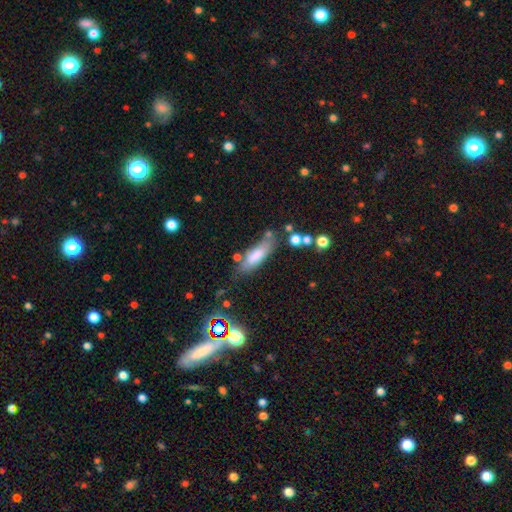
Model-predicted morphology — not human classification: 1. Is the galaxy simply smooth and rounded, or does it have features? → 75% smooth, 17% featured or disk, 8% star or artifact.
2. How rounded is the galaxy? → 50% in between, 48% cigar-shaped, 2% round.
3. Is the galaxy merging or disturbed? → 59% none, 23% minor disturbance, 10% merger, 8% major disturbance.